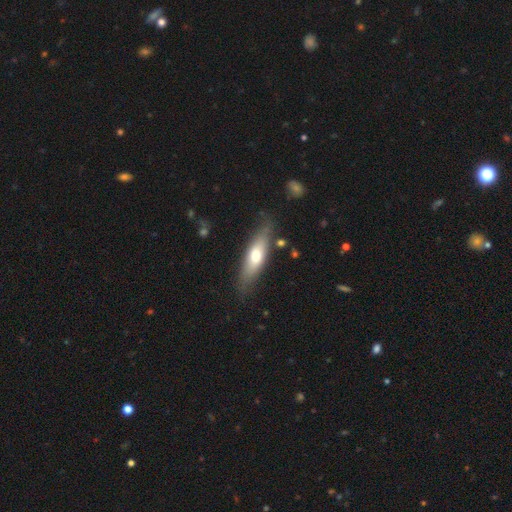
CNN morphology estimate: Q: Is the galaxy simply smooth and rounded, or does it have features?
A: smooth — 60%.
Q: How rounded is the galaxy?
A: cigar-shaped — 56%.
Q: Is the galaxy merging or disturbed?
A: none — 78%.